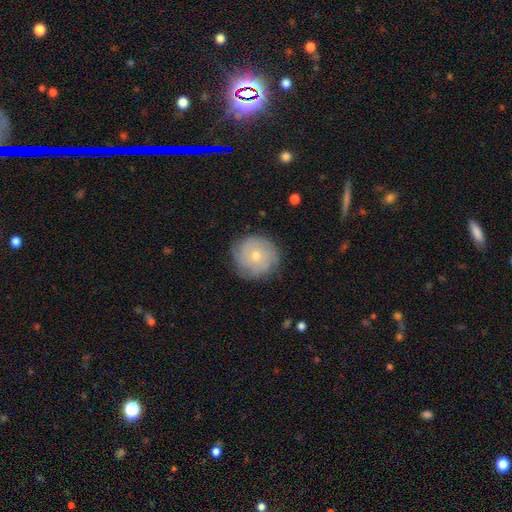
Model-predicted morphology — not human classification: This is possibly a featured or disk galaxy (52%). It is clearly not viewed edge-on (97%). Bar: clearly no (83%). Spiral arm pattern: likely yes (78%). Central bulge: possibly small (55%). Merging: likely none (79%).